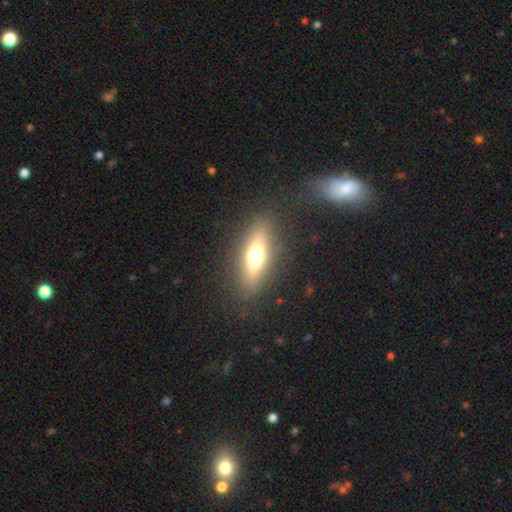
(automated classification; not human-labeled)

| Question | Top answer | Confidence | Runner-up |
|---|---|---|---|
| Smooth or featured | smooth | 48% | featured or disk (39%) |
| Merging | none | 85% | minor disturbance (9%) |